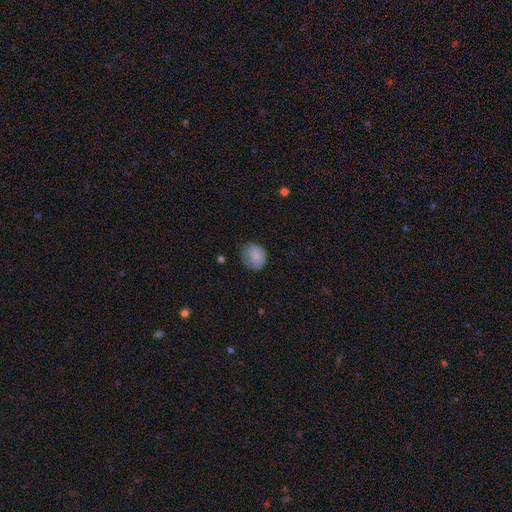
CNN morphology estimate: type=smooth (83%); roundness=round (54%); merging=none (60%).